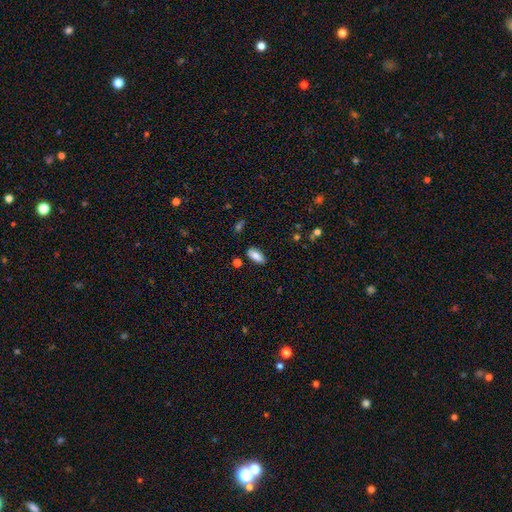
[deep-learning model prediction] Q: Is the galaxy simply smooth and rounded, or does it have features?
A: smooth — 84%.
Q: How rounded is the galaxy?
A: in between — 87%.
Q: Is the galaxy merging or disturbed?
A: none — 85%.